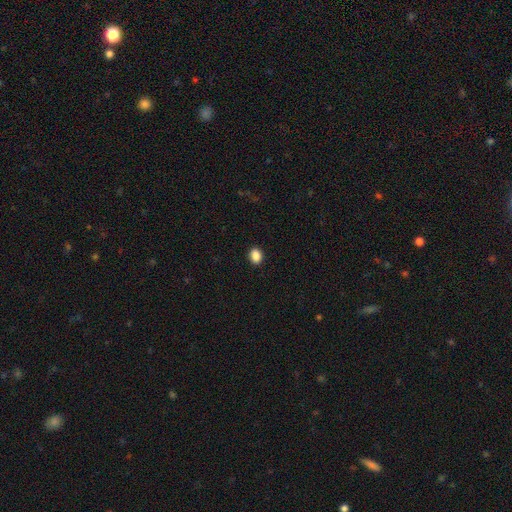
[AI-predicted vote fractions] This is clearly a smooth galaxy (89%). How rounded: likely in between (65%). Merging: clearly none (90%).